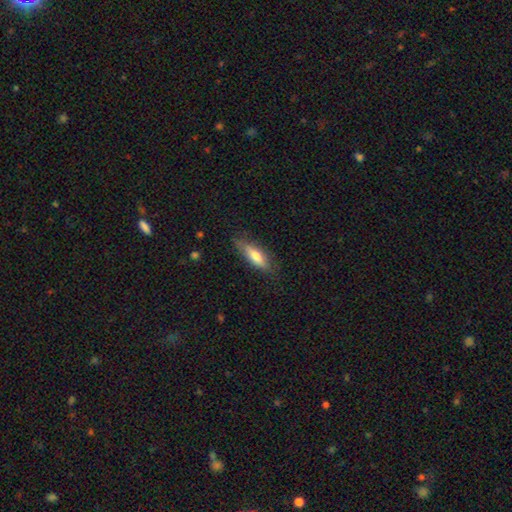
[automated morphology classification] Q: Smooth or featured?
A: smooth (66%); runner-up: featured or disk (27%)
Q: How rounded?
A: cigar-shaped (52%); runner-up: in between (46%)
Q: Merging?
A: none (76%); runner-up: minor disturbance (19%)